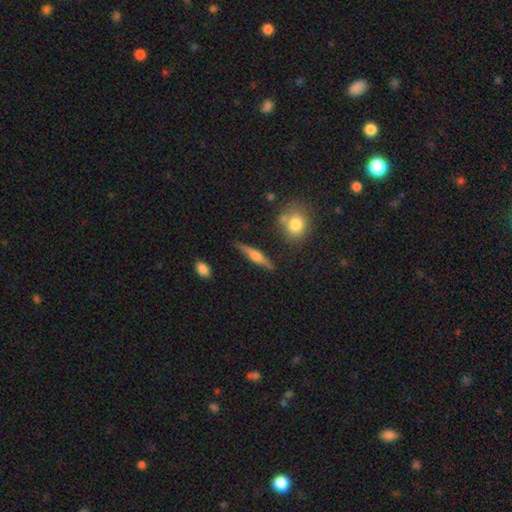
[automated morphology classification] Smooth or featured?
  - featured or disk: 60% *
  - smooth: 34%
  - star or artifact: 6%
Edge-on disk?
  - yes: 95% *
  - no: 5%
Edge-on bulge?
  - rounded: 84% *
  - boxy: 9%
  - none: 6%
Merging?
  - none: 83% *
  - minor disturbance: 11%
  - merger: 3%
  - major disturbance: 3%